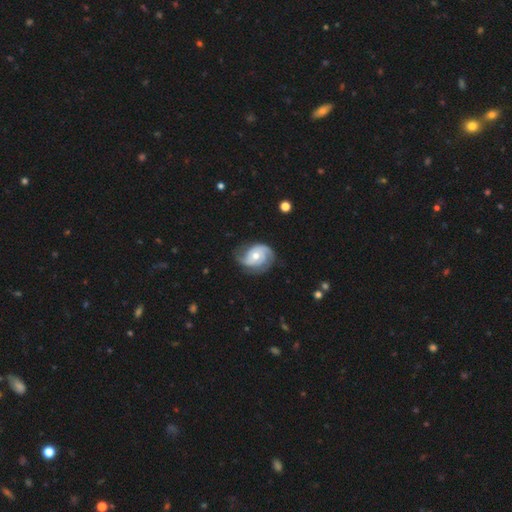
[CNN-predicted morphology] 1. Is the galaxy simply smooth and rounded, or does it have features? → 84% featured or disk, 11% smooth, 5% star or artifact.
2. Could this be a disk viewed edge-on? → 98% no, 2% yes.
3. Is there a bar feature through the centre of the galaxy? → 72% no, 22% weak, 5% strong.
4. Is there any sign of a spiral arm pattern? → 95% yes, 5% no.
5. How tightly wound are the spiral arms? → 50% tight, 37% medium, 13% loose.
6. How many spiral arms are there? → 47% 2, 27% 3, 14% can't tell, 5% 1, 4% 4, 3% more than 4.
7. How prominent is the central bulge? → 66% moderate, 28% small, 3% large, 1% none, 1% dominant.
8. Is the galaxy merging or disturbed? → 64% none, 24% minor disturbance, 11% major disturbance, 1% merger.